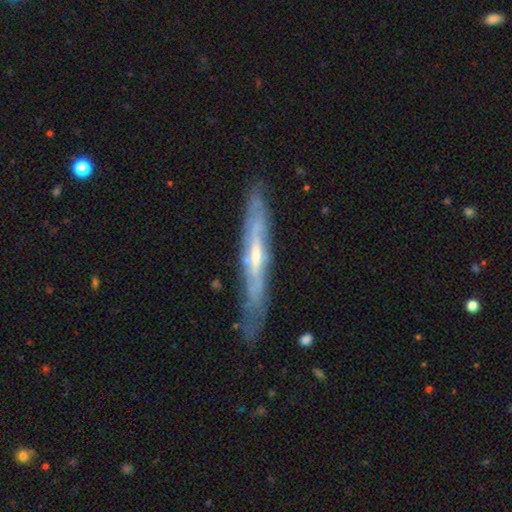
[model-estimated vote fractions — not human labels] Overall: featured or disk (70%). Edge-on disk: yes (72%). Edge-on bulge: none (60%; rounded 30%). Merging: none (75%).